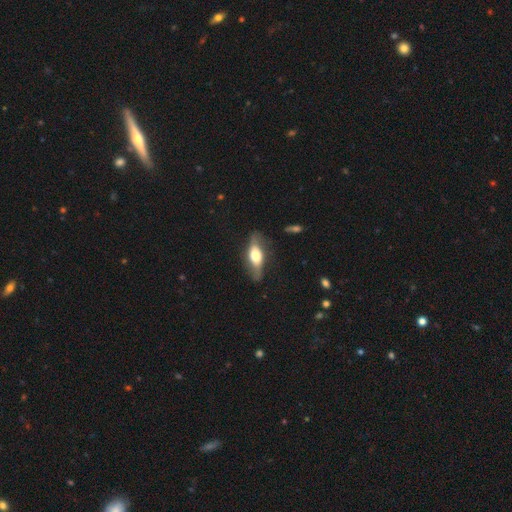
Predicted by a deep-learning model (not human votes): This is possibly a featured or disk galaxy (49%). Merging: likely none (74%).